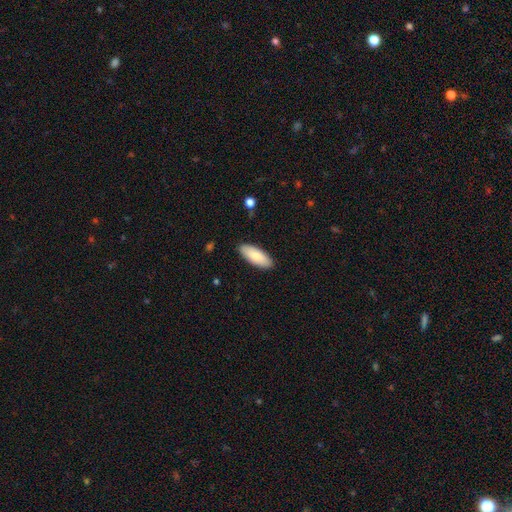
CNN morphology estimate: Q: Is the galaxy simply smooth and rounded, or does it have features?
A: smooth — 83%.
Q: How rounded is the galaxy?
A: in between — 81%.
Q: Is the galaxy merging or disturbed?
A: none — 88%.